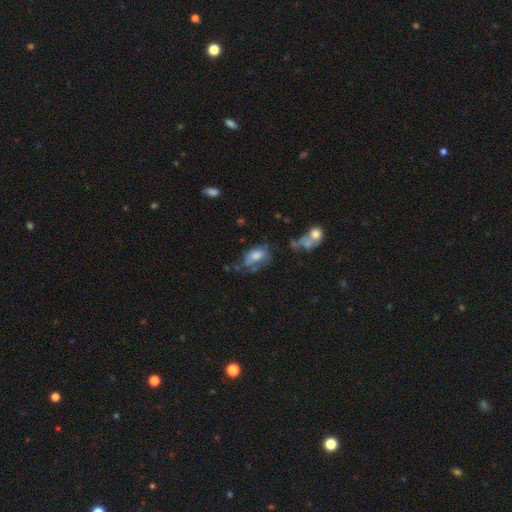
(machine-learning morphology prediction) This is possibly a smooth galaxy (53%). How rounded: clearly in between (86%). Merging: marginally none (36%).